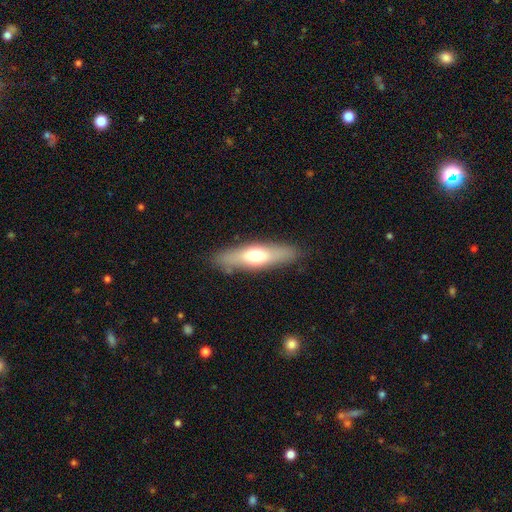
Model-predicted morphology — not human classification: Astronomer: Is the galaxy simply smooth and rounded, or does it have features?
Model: smooth — 54% (runner-up: featured or disk, 40%).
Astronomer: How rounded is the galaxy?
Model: cigar-shaped — 62%.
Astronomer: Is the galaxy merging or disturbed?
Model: none — 85%.